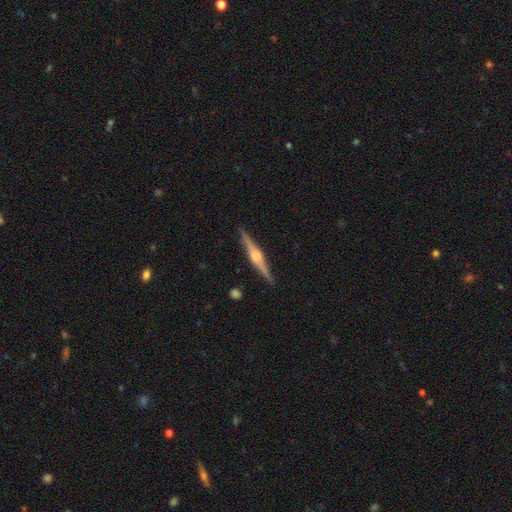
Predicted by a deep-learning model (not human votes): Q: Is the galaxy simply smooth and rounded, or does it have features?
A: featured or disk — 81%.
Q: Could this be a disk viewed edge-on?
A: yes — 98%.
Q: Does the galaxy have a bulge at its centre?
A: rounded — 84%.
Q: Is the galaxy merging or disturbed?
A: none — 91%.